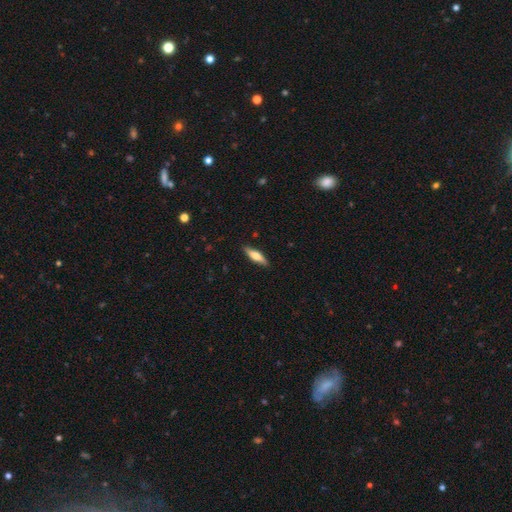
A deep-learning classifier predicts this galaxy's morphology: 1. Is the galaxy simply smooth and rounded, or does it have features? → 54% smooth, 40% featured or disk, 6% star or artifact.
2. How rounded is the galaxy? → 61% cigar-shaped, 37% in between, 2% round.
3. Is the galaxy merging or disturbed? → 88% none, 9% minor disturbance, 2% major disturbance, 1% merger.